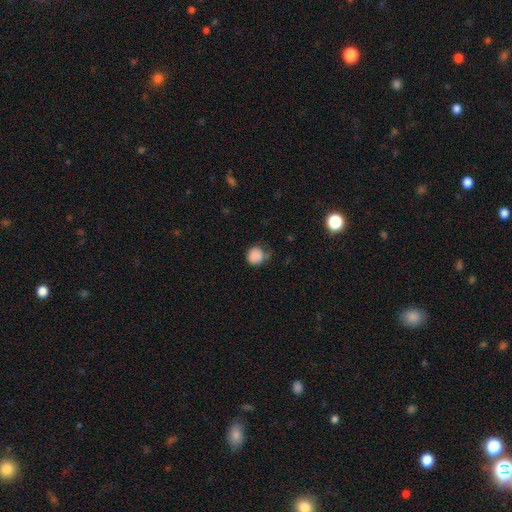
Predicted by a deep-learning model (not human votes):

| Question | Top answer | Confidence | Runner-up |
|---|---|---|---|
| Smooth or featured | smooth | 85% | star or artifact (9%) |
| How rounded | round | 85% | in between (14%) |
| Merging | none | 58% | minor disturbance (29%) |